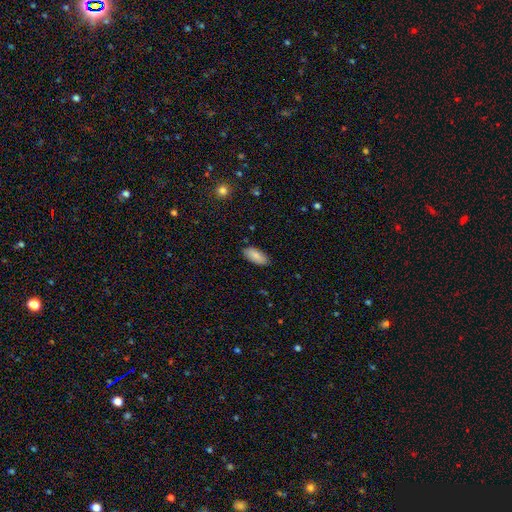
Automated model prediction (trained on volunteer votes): A smooth galaxy with no disk features (87%) that is in between round and cigar-shaped (88%). Merging: none (86%).